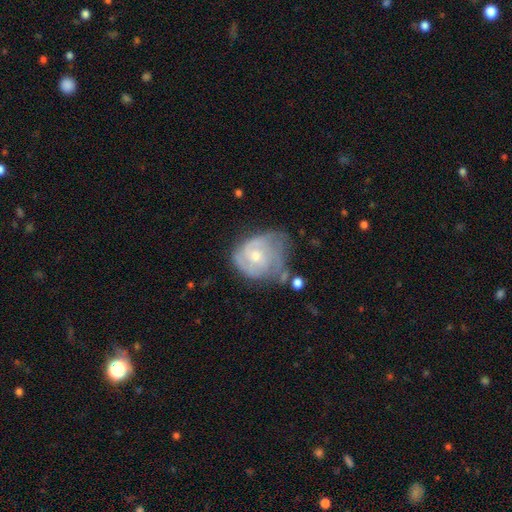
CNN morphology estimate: Smooth or featured: featured or disk — 72% (smooth — 22%)
Edge-on disk: no — 97% (yes — 3%)
Bar: no — 72% (weak — 25%)
Spiral arms: yes — 84% (no — 16%)
Spiral winding: tight — 56% (medium — 33%)
Spiral arm count: can't tell — 37% (2 — 32%)
Bulge size: moderate — 56% (small — 37%)
Merging: none — 36% (minor disturbance — 32%)